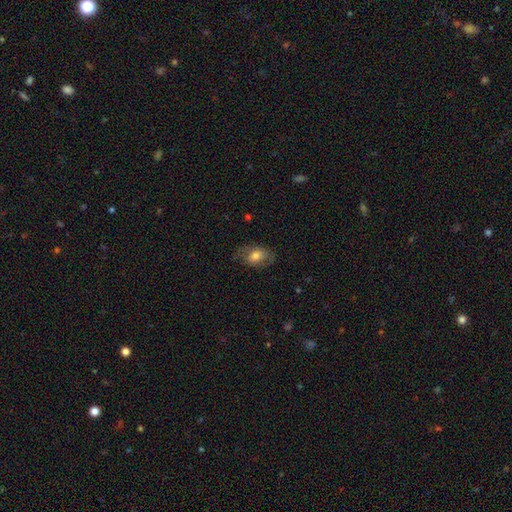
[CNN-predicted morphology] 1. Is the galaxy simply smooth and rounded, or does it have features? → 61% smooth, 32% featured or disk, 8% star or artifact.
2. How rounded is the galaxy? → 79% in between, 19% round, 2% cigar-shaped.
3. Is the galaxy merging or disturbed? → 66% none, 22% minor disturbance, 11% major disturbance, 1% merger.